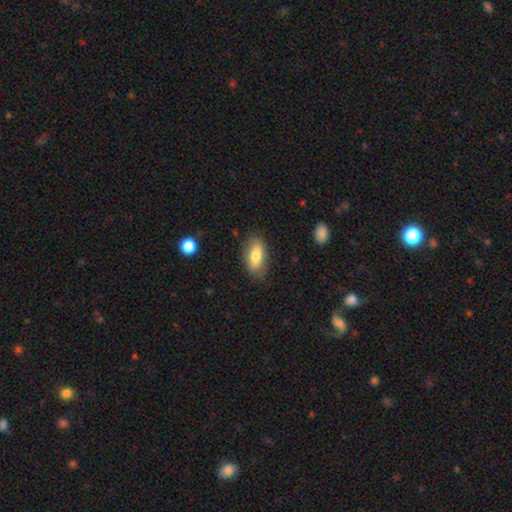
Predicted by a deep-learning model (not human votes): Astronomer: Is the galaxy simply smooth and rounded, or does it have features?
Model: smooth — 75%.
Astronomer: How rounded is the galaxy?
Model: in between — 85%.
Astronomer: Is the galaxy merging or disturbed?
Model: none — 81%.